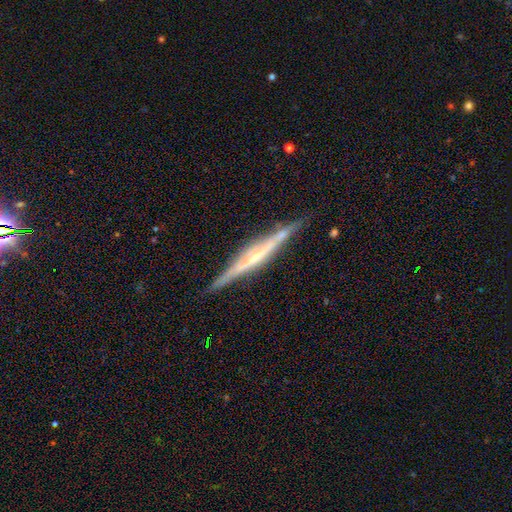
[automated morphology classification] The model was most divided on "edge-on bulge": rounded: 47%, none: 29%, boxy: 24%. More confident: edge-on disk — yes (97%); merging — none (86%); smooth or featured — featured or disk (80%).